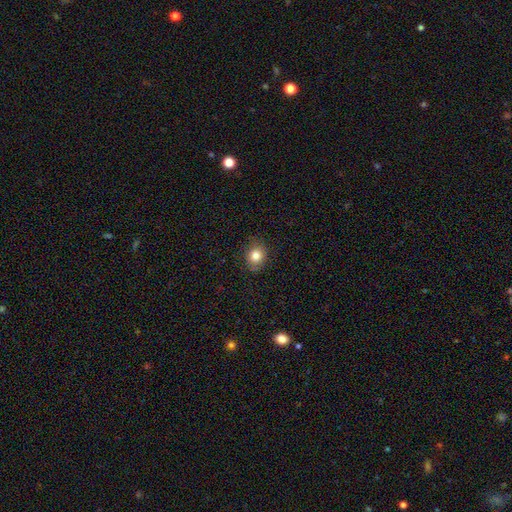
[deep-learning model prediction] smooth_or_featured: smooth (p=0.82) [alt: star or artifact p=0.11]
how_rounded: round (p=0.68) [alt: in between p=0.31]
merging: none (p=0.84) [alt: minor disturbance p=0.12]